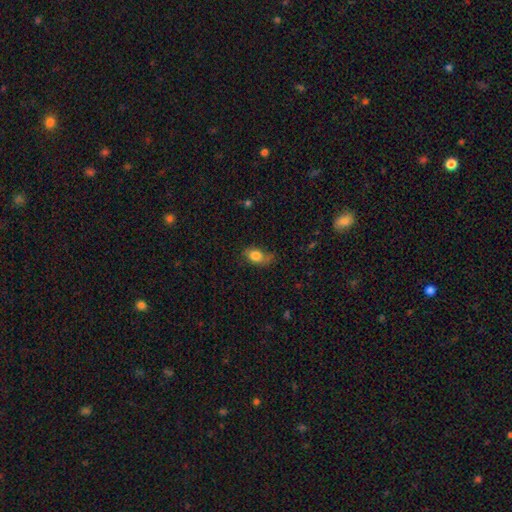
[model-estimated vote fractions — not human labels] Smooth or featured?
  - smooth: 81% *
  - featured or disk: 10%
  - star or artifact: 9%
How rounded?
  - in between: 78% *
  - round: 19%
  - cigar-shaped: 3%
Merging?
  - none: 51% *
  - minor disturbance: 33%
  - major disturbance: 14%
  - merger: 3%